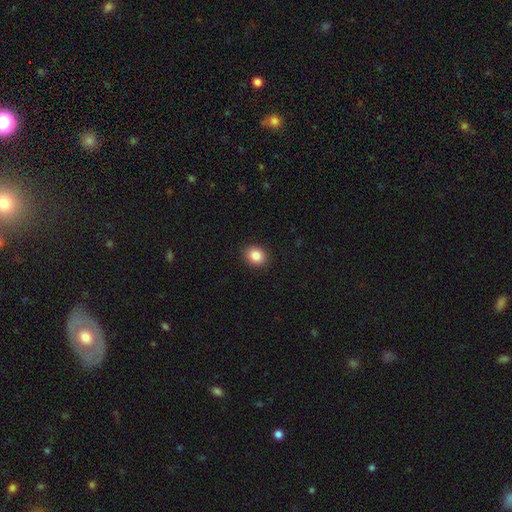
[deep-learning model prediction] A smooth galaxy with no disk features (86%) that is round (57%).

Vote fractions:
- Smooth or featured? smooth: 86% / star or artifact: 9% / featured or disk: 5%
- How rounded? round: 57% / in between: 42% / cigar-shaped: 1%
- Merging? none: 90% / minor disturbance: 7% / major disturbance: 2% / merger: 1%